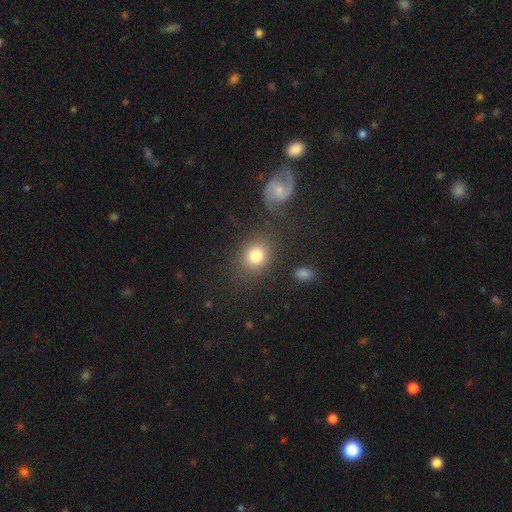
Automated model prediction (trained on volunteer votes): Q: Smooth or featured?
A: smooth (81%); runner-up: star or artifact (10%)
Q: How rounded?
A: round (62%); runner-up: in between (37%)
Q: Merging?
A: none (77%); runner-up: minor disturbance (12%)